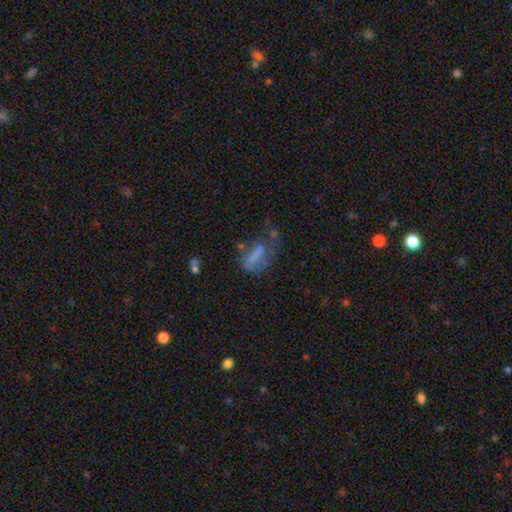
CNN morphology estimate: Smooth or featured? smooth (51%)
How rounded? in between (57%)
Merging? major disturbance (40%)